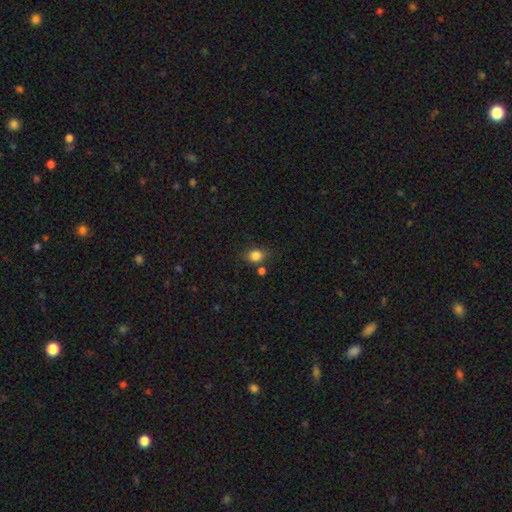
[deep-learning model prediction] Overall: smooth (83%). How rounded: in between (51%; round 48%). Merging: none (71%).